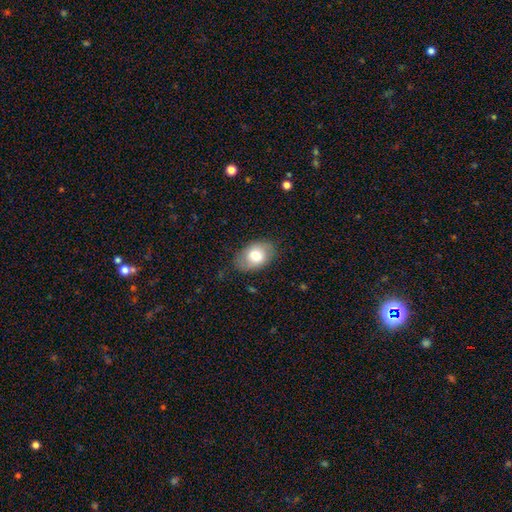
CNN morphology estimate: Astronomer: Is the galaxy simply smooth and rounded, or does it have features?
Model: smooth — 74%.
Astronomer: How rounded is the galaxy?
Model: in between — 85%.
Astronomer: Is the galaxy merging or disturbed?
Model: none — 81%.